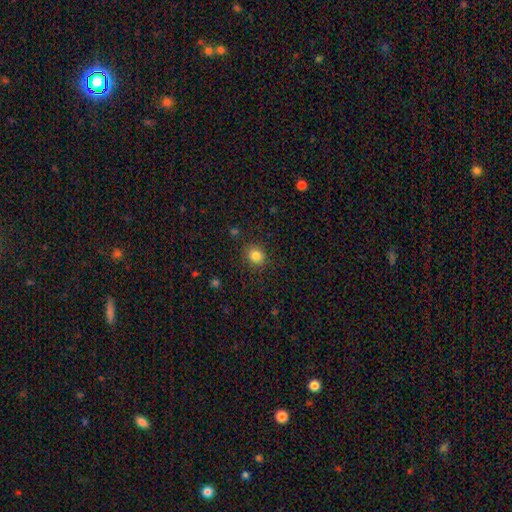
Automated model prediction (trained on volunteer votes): Q: Smooth or featured?
A: smooth (83%); runner-up: star or artifact (12%)
Q: How rounded?
A: round (80%); runner-up: in between (19%)
Q: Merging?
A: none (88%); runner-up: minor disturbance (8%)